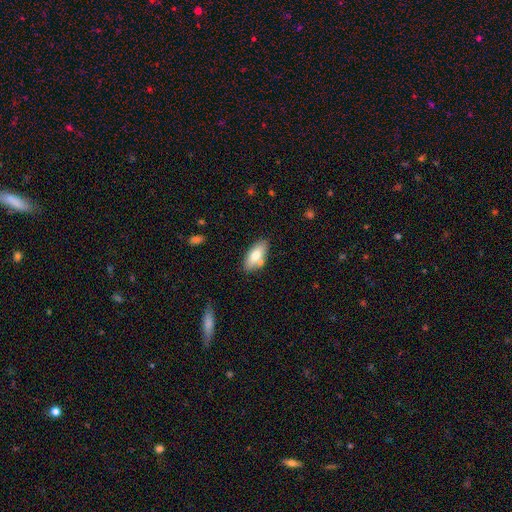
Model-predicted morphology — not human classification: Smooth or featured? Predicted: smooth (p=0.73). How rounded? Predicted: in between (p=0.85). Merging? Predicted: none (p=0.74).